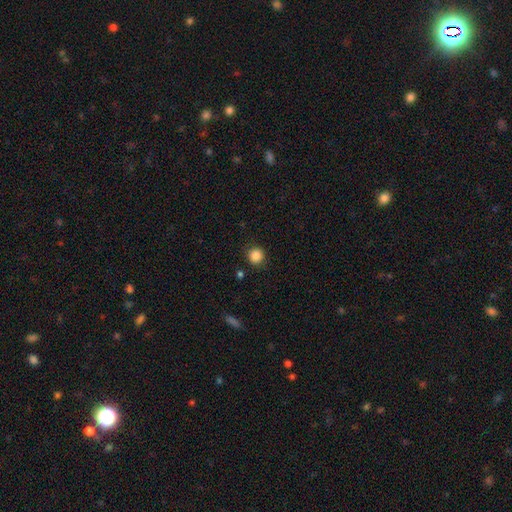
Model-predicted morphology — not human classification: A smooth galaxy with no disk features (86%) that is round (93%).

Vote fractions:
- Smooth or featured? smooth: 86% / star or artifact: 11% / featured or disk: 3%
- How rounded? round: 93% / in between: 6% / cigar-shaped: 1%
- Merging? none: 90% / minor disturbance: 7% / major disturbance: 2% / merger: 2%